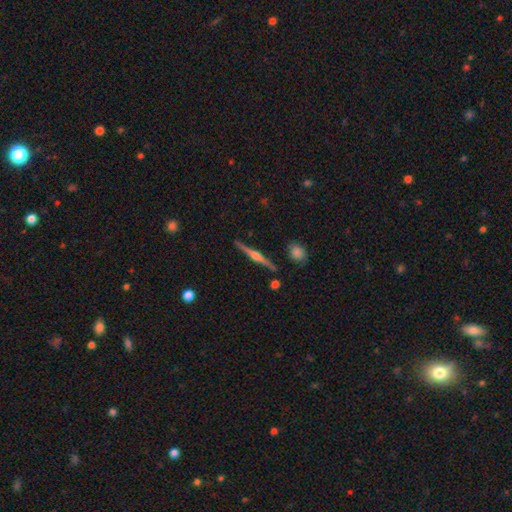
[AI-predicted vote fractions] A featured or disk galaxy (81%) viewed edge-on (98%) with a rounded central bulge (91%).

Vote fractions:
- Smooth or featured? featured or disk: 81% / smooth: 13% / star or artifact: 6%
- Edge-on disk? yes: 98% / no: 2%
- Edge-on bulge? rounded: 91% / boxy: 7% / none: 3%
- Merging? none: 90% / minor disturbance: 6% / merger: 2% / major disturbance: 2%